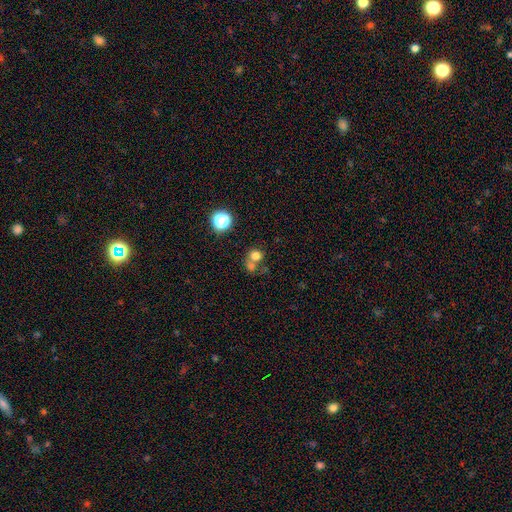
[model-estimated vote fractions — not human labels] Morphology: type=smooth (73%); roundness=round (80%); merging=merger (48%).